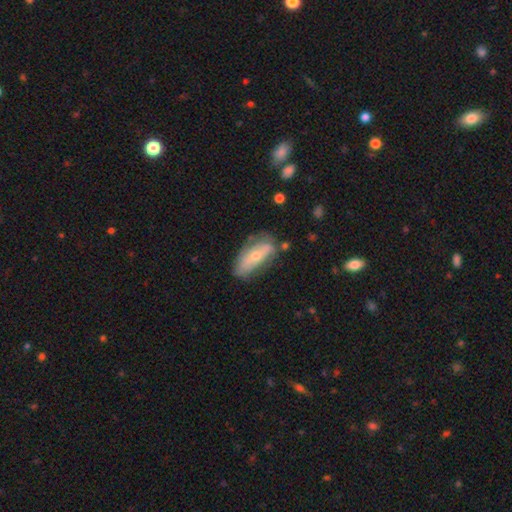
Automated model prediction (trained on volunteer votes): This appears to be a smooth galaxy with no disk features (48%). Merging: none (58%).